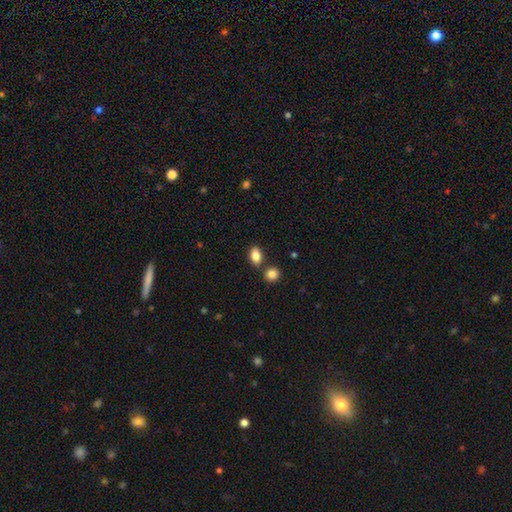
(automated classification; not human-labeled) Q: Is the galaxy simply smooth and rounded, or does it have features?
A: smooth — 86%.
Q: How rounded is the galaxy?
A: in between — 82%.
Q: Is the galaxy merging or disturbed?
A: none — 74%.